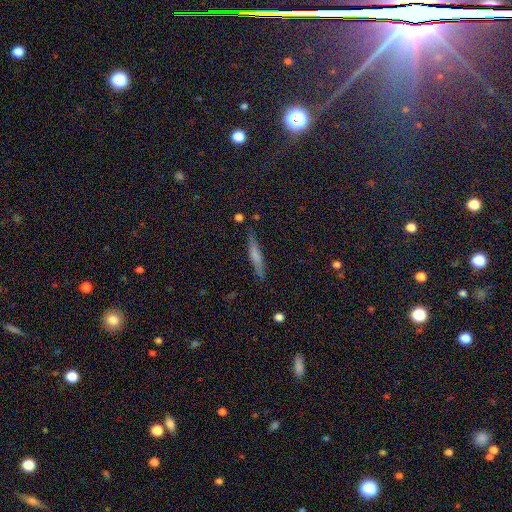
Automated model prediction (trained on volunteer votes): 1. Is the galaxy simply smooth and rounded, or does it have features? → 54% smooth, 36% featured or disk, 10% star or artifact.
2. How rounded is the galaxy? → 90% cigar-shaped, 8% in between, 2% round.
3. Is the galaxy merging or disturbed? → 84% none, 11% minor disturbance, 3% major disturbance, 2% merger.